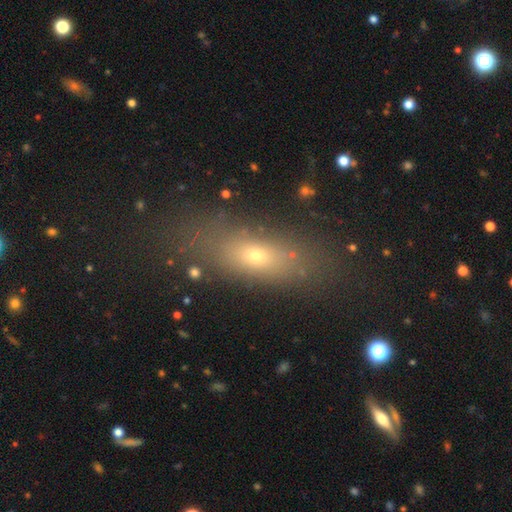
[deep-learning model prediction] The model was most divided on "how rounded": in between: 57%, cigar-shaped: 35%, round: 8%. More confident: merging — none (78%); smooth or featured — smooth (62%).